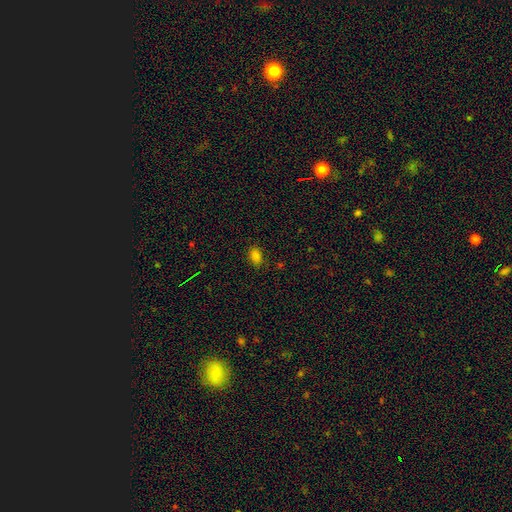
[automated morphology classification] smooth_or_featured: smooth (p=0.81) [alt: star or artifact p=0.15]
how_rounded: in between (p=0.84) [alt: round p=0.15]
merging: none (p=0.83) [alt: minor disturbance p=0.13]